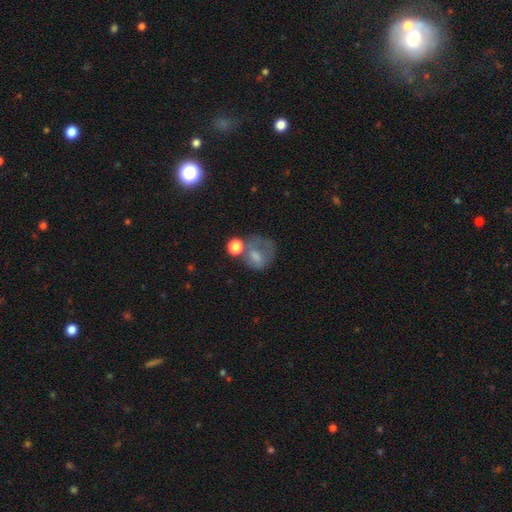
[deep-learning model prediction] Smooth or featured?
  - smooth: 63% *
  - featured or disk: 25%
  - star or artifact: 13%
How rounded?
  - round: 56% *
  - in between: 42%
  - cigar-shaped: 1%
Merging?
  - none: 31% *
  - major disturbance: 29%
  - merger: 21%
  - minor disturbance: 20%